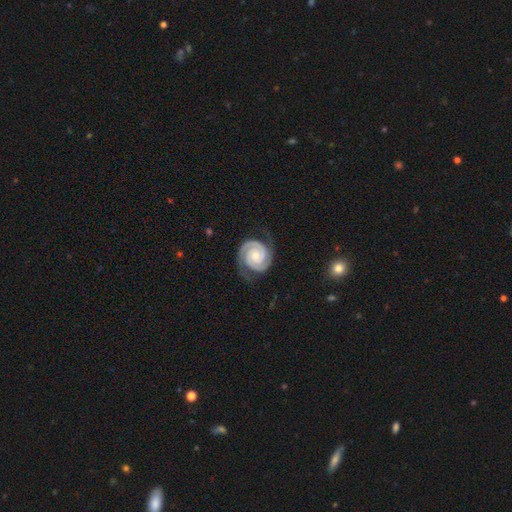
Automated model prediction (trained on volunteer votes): This appears to be a featured or disk galaxy (92%) with no bar (70%), 2 (91%) tight (79%) spiral arms (99%) and a small central bulge (47%). Merging: none (78%).